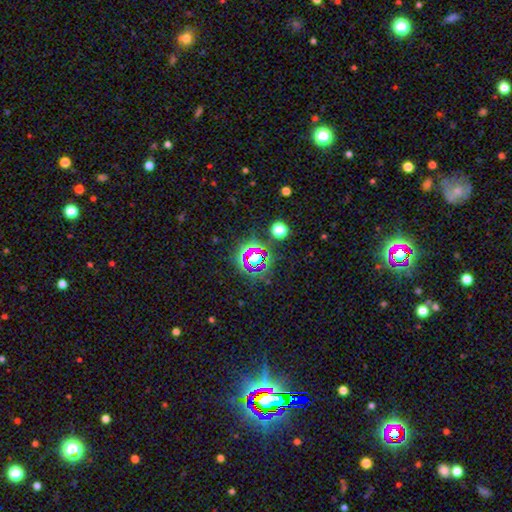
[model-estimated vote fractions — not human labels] A star or artifact, not a galaxy (67%).